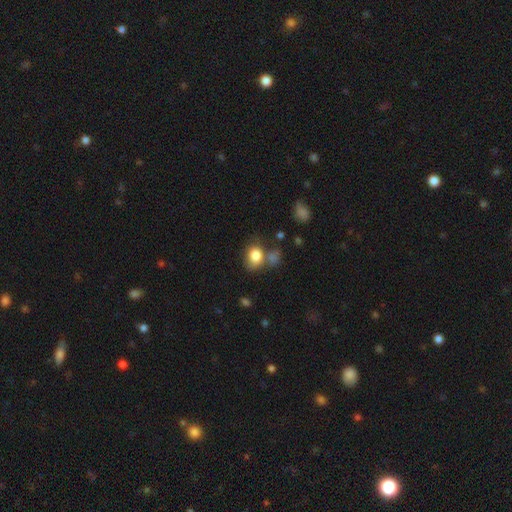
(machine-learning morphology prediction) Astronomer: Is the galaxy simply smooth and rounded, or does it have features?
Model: smooth — 83%.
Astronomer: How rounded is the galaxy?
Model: in between — 51% (runner-up: round, 48%).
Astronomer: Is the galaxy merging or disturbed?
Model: none — 52%.